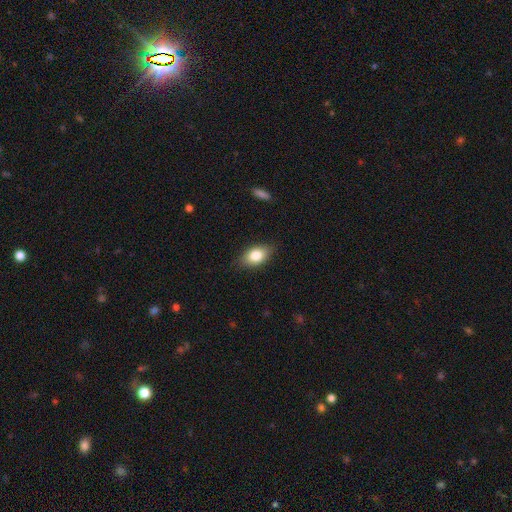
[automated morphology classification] smooth_or_featured: smooth (p=0.81) [alt: featured or disk p=0.11]
how_rounded: in between (p=0.87) [alt: round p=0.10]
merging: none (p=0.83) [alt: minor disturbance p=0.13]